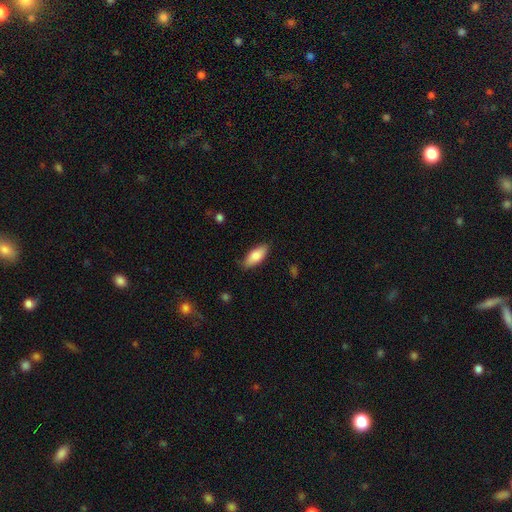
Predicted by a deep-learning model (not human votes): smooth_or_featured: smooth (p=0.82) [alt: featured or disk p=0.12]
how_rounded: in between (p=0.80) [alt: cigar-shaped p=0.18]
merging: none (p=0.84) [alt: minor disturbance p=0.12]